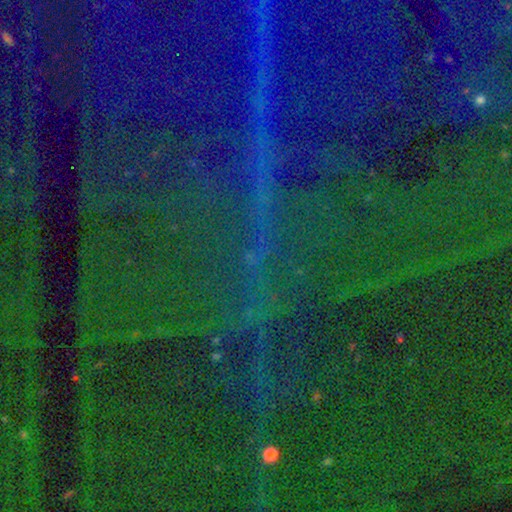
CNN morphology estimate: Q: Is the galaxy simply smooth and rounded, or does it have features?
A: star or artifact — 87%.